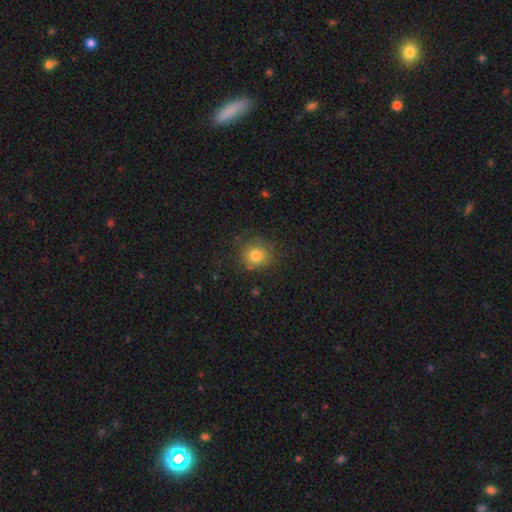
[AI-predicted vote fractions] smooth-or-featured: smooth: 80% | star or artifact: 12% | featured or disk: 8%
  how-rounded: round: 84% | in between: 15% | cigar-shaped: 1%
  merging: none: 80% | minor disturbance: 14% | major disturbance: 5% | merger: 2%